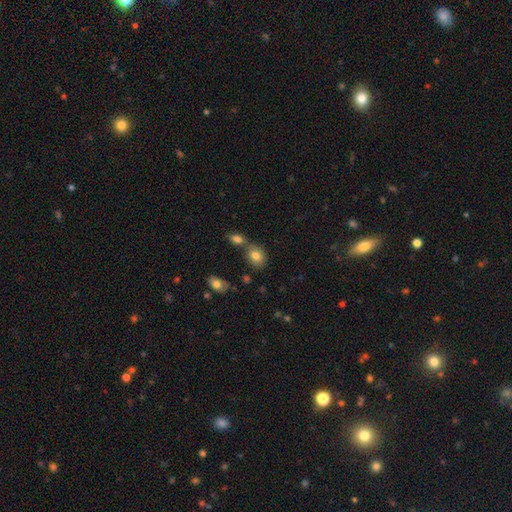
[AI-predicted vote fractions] smooth 80%, featured or disk 10%, star or artifact 10%. Down the decision tree: how rounded — in between (59%); merging — none (56%).